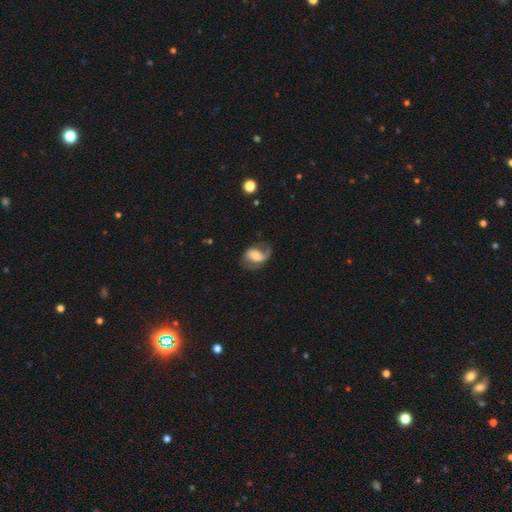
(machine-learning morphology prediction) smooth-or-featured: featured or disk: 63% | smooth: 29% | star or artifact: 8%
  disk-edge-on: no: 97% | yes: 3%
    bar: weak: 40% (tied) | no: 40% (tied) | strong: 20%
    has-spiral-arms: yes: 89% | no: 11%
      spiral-winding: loose: 47% | medium: 39% | tight: 14%
      spiral-arm-count: 2: 61% | 1: 32% | can't tell: 5% | 3: 1% | 4: 1% | more than 4: 1%
    bulge-size: moderate: 48% | small: 28% | large: 15% | none: 6% | dominant: 3%
  merging: none: 53% | minor disturbance: 24% | major disturbance: 21% | merger: 2%